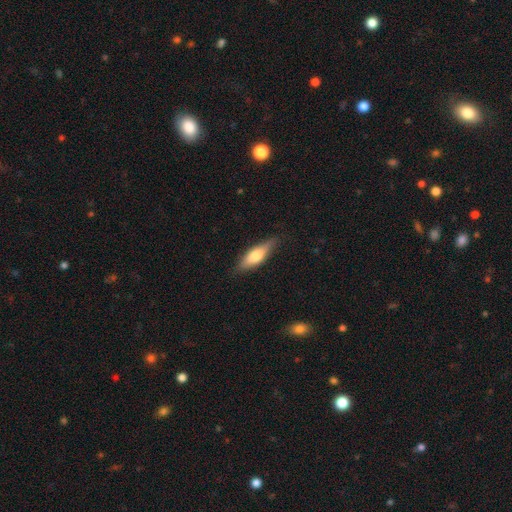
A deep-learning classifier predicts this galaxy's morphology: smooth-or-featured: smooth: 60% | featured or disk: 34% | star or artifact: 6%
  how-rounded: cigar-shaped: 49% | in between: 48% | round: 2%
  merging: none: 83% | minor disturbance: 14% | major disturbance: 3% | merger: 1%